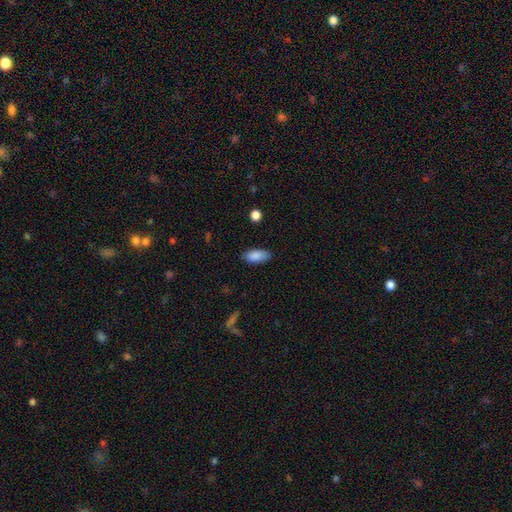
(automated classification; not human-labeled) A smooth galaxy with no disk features (88%) that is in between round and cigar-shaped (89%). Merging: none (82%).